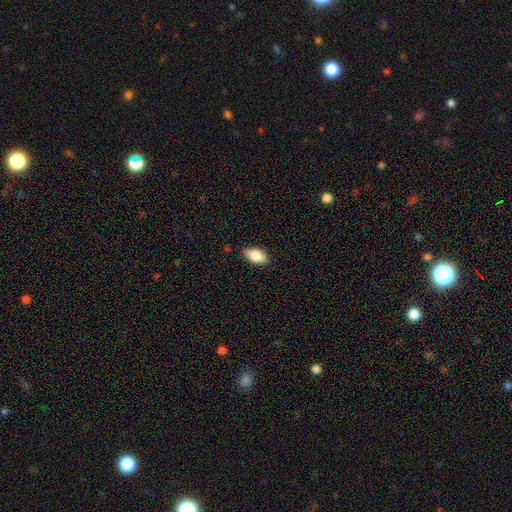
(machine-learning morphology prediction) A smooth galaxy with no disk features (82%) that is in between round and cigar-shaped (90%). Merging: none (87%).